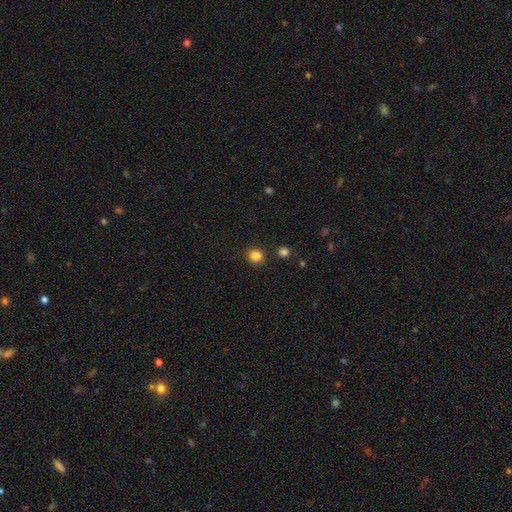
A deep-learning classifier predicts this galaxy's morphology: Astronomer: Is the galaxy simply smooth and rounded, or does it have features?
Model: smooth — 84%.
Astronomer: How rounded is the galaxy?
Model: round — 86%.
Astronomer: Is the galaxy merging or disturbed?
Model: none — 86%.